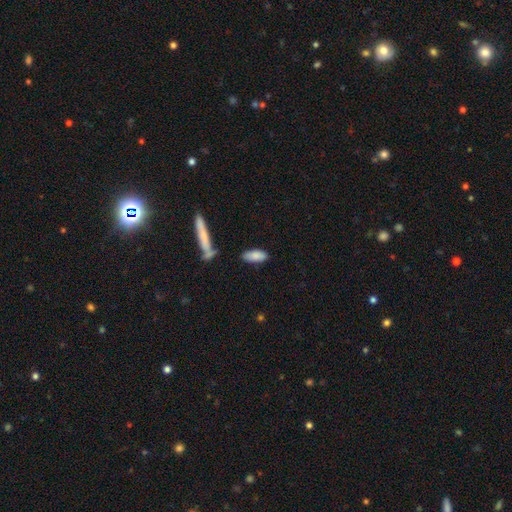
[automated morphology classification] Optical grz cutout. It shows a smooth galaxy with no disk features (84%) that is in between round and cigar-shaped (74%). Merging: none (76%).